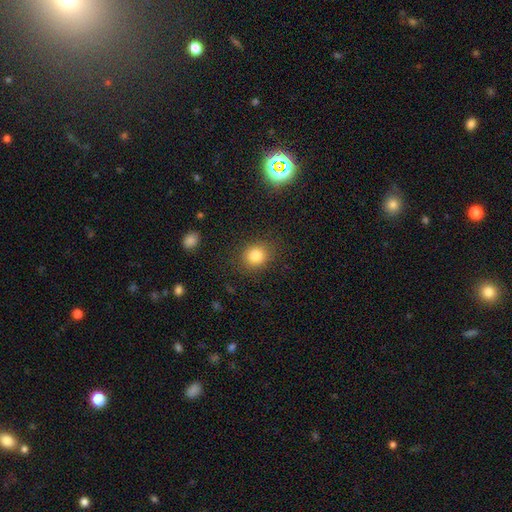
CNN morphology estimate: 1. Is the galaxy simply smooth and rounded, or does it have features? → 83% smooth, 11% star or artifact, 6% featured or disk.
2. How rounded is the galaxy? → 74% round, 25% in between, 1% cigar-shaped.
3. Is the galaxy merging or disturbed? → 84% none, 10% minor disturbance, 4% major disturbance, 2% merger.